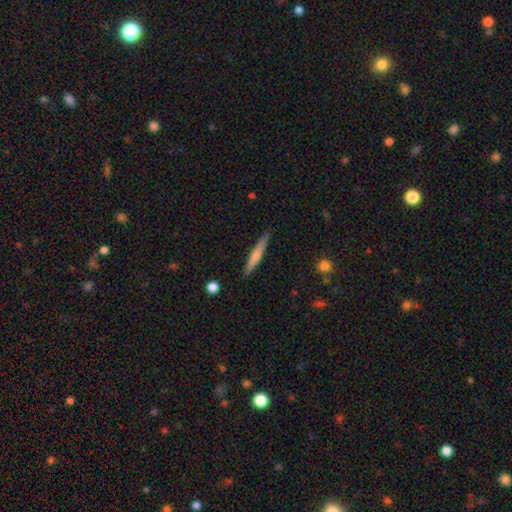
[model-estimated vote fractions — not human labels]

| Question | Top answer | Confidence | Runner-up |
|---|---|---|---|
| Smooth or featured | smooth | 56% | featured or disk (38%) |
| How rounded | cigar-shaped | 94% | in between (4%) |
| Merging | none | 89% | minor disturbance (8%) |